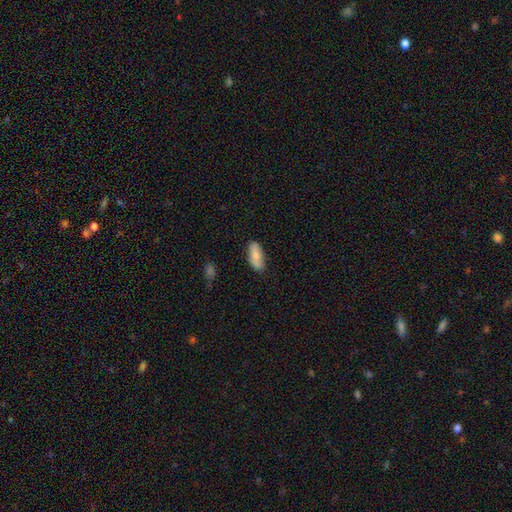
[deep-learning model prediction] Q: Smooth or featured?
A: smooth (72%); runner-up: featured or disk (22%)
Q: How rounded?
A: in between (82%); runner-up: cigar-shaped (15%)
Q: Merging?
A: none (78%); runner-up: minor disturbance (17%)